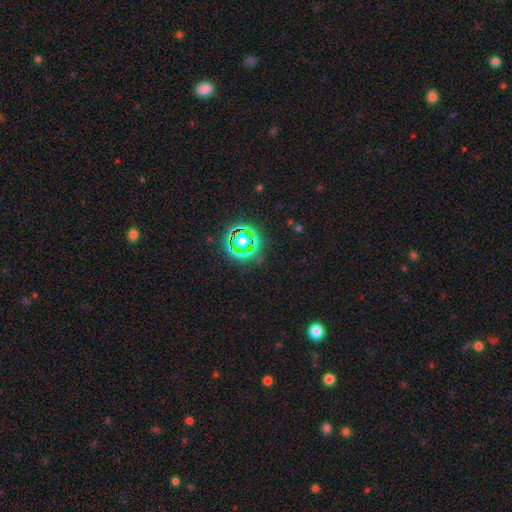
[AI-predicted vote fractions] Q: Smooth or featured?
A: star or artifact (58%); runner-up: smooth (36%)